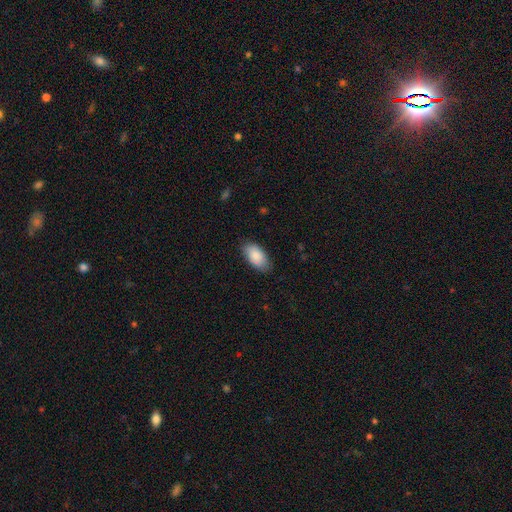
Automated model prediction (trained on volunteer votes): This is clearly a smooth galaxy (87%). How rounded: clearly in between (94%). Merging: likely none (79%).